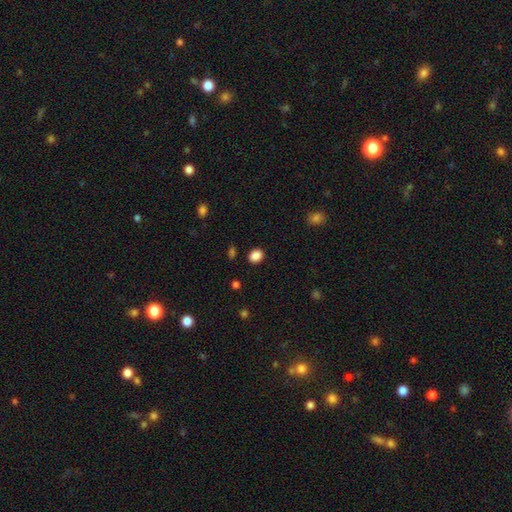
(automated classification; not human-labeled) Smooth or featured? Predicted: smooth (p=0.87). How rounded? Predicted: in between (p=0.53). Merging? Predicted: none (p=0.88).